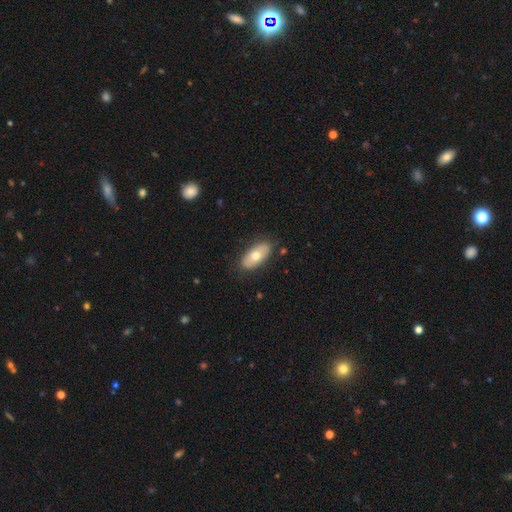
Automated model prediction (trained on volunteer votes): The model was most divided on "smooth or featured": smooth: 65%, featured or disk: 28%, star or artifact: 6%. More confident: how rounded — in between (90%); merging — none (84%).